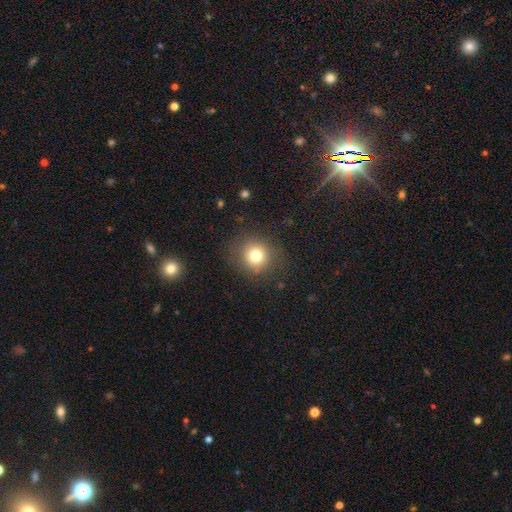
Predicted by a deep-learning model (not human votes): Smooth or featured: smooth — 77% (star or artifact — 13%)
How rounded: round — 89% (in between — 10%)
Merging: none — 84% (minor disturbance — 10%)